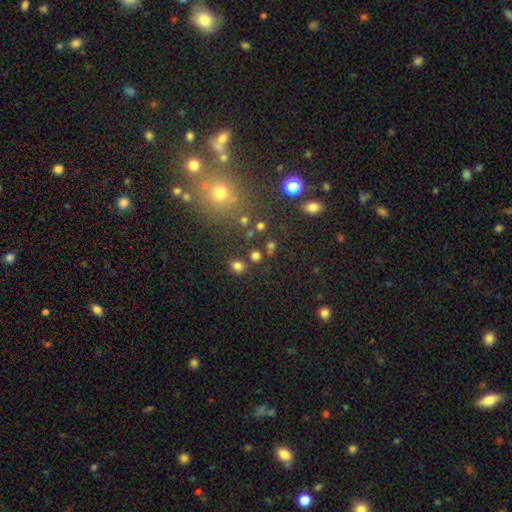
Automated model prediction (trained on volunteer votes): The model was most divided on "smooth or featured": smooth: 74%, star or artifact: 20%, featured or disk: 7%. More confident: how rounded — round (79%); merging — none (77%).